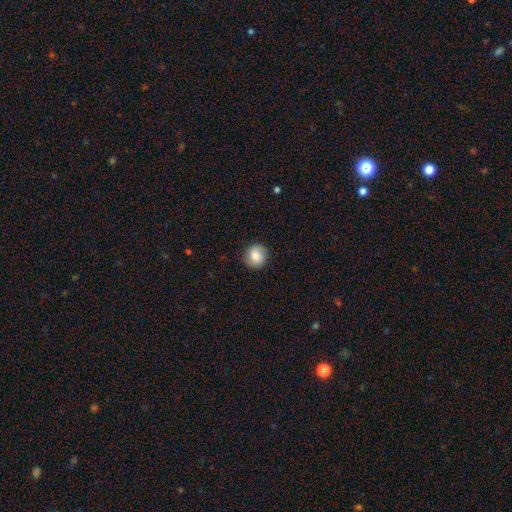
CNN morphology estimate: Q: Smooth or featured?
A: smooth (82%); runner-up: featured or disk (9%)
Q: How rounded?
A: round (91%); runner-up: in between (8%)
Q: Merging?
A: none (89%); runner-up: minor disturbance (8%)